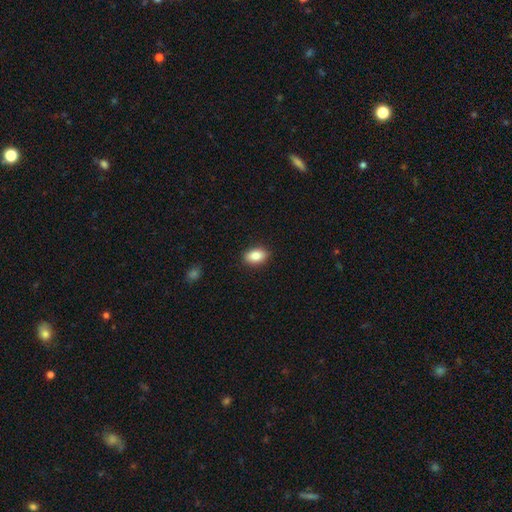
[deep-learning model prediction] Smooth or featured?
  - smooth: 85% *
  - star or artifact: 8%
  - featured or disk: 7%
How rounded?
  - in between: 87% *
  - round: 11%
  - cigar-shaped: 2%
Merging?
  - none: 90% *
  - minor disturbance: 7%
  - major disturbance: 2%
  - merger: 1%